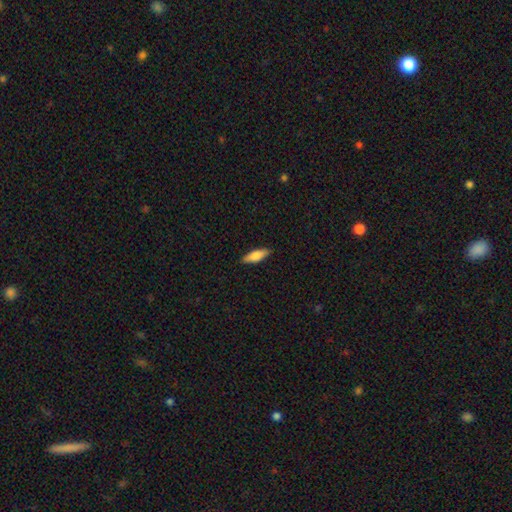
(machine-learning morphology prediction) A smooth galaxy with no disk features (80%) that is in between round and cigar-shaped (56%). Merging: none (88%).